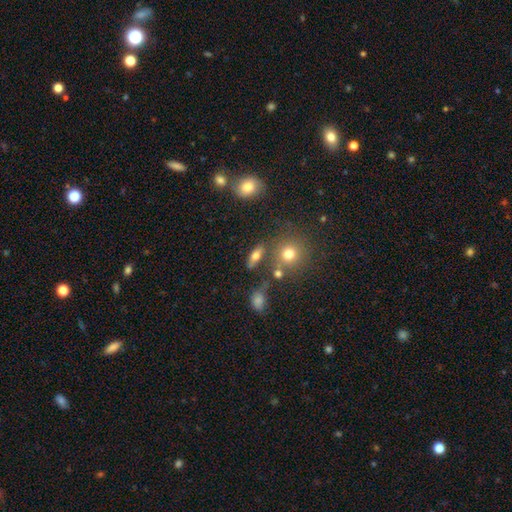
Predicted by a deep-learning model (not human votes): smooth 66%, featured or disk 21%, star or artifact 12%. Down the decision tree: how rounded — in between (61%); merging — none (71%).